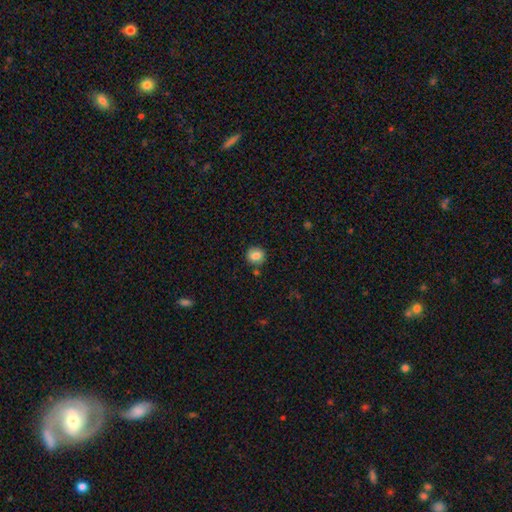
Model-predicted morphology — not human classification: Overall: smooth (82%). How rounded: round (88%). Merging: none (82%).